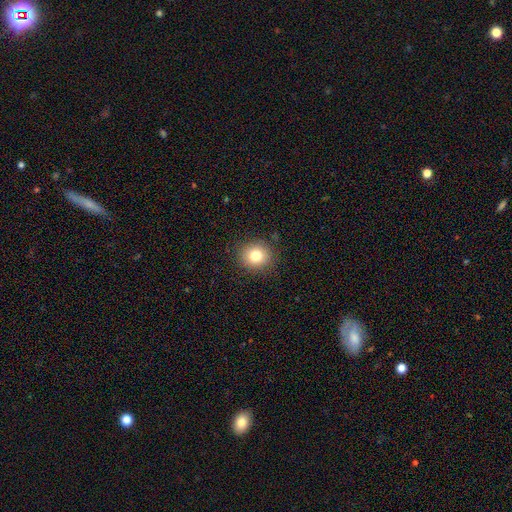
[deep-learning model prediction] A smooth galaxy with no disk features (80%) that is round (83%). Merging: none (89%).